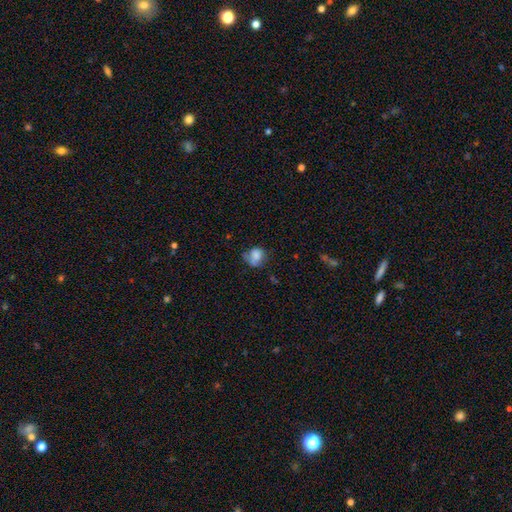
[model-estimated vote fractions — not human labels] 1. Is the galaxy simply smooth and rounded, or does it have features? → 75% smooth, 15% featured or disk, 10% star or artifact.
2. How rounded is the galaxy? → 61% round, 38% in between, 1% cigar-shaped.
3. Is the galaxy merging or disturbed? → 40% none, 32% minor disturbance, 18% major disturbance, 10% merger.